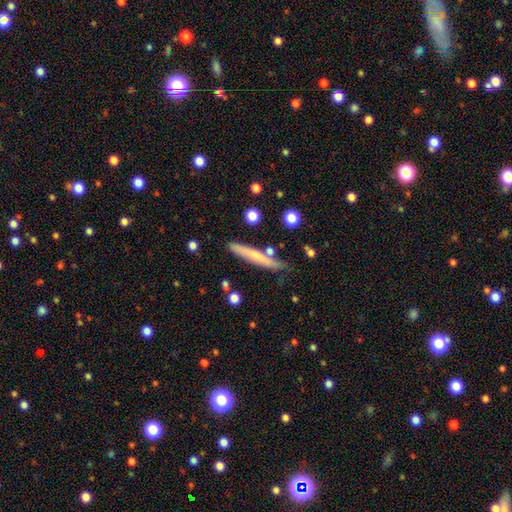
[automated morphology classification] smooth_or_featured: smooth (p=0.51) [alt: featured or disk p=0.42]
how_rounded: cigar-shaped (p=0.93) [alt: in between p=0.06]
merging: none (p=0.78) [alt: minor disturbance p=0.14]